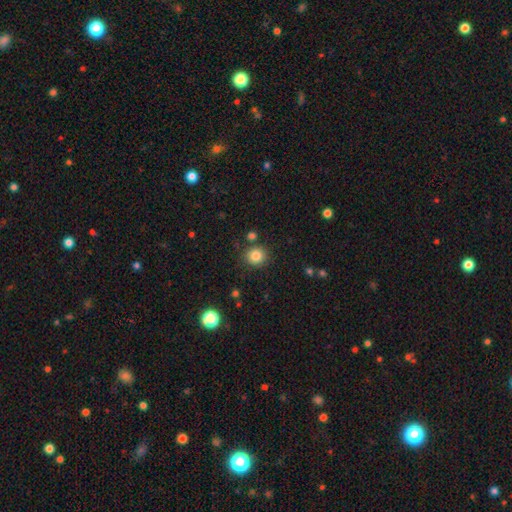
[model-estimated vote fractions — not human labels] This appears to be a smooth galaxy with no disk features (84%) that is round (86%). Merging: none (84%).